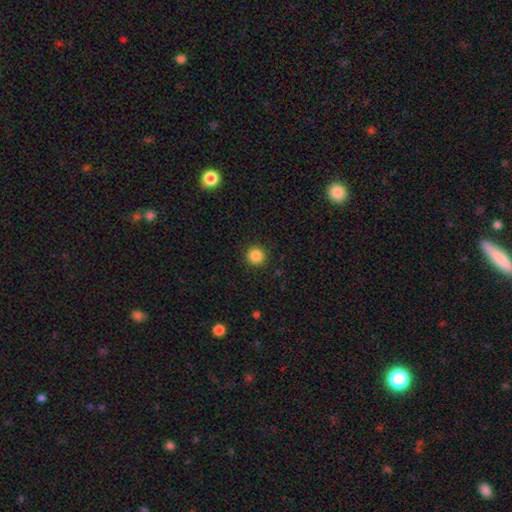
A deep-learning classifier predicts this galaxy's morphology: A smooth galaxy with no disk features (86%) that is round (95%). Merging: none (92%).